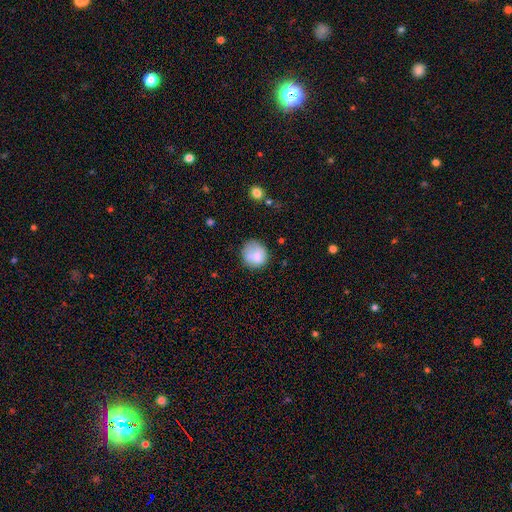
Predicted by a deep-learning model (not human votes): A smooth galaxy with no disk features (77%) that is round (79%).

Vote fractions:
- Smooth or featured? smooth: 77% / featured or disk: 14% / star or artifact: 9%
- How rounded? round: 79% / in between: 20% / cigar-shaped: 1%
- Merging? none: 60% / minor disturbance: 22% / major disturbance: 9% / merger: 9%